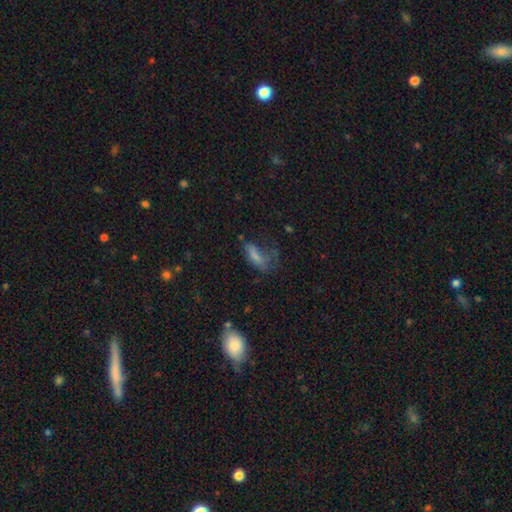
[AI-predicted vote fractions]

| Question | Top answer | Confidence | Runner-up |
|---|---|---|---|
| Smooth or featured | smooth | 63% | featured or disk (23%) |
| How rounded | in between | 66% | cigar-shaped (30%) |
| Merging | major disturbance | 45% | none (26%) |